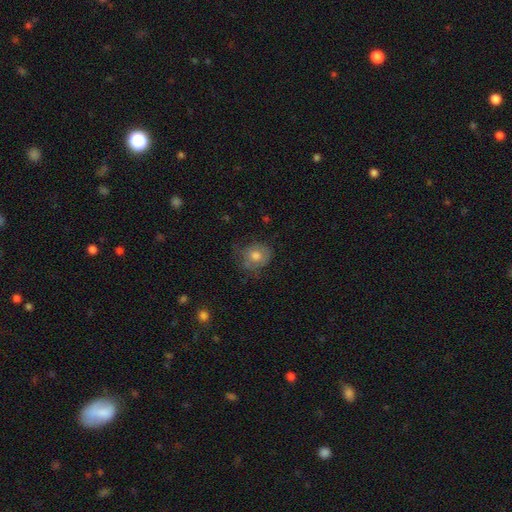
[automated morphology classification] smooth_or_featured: smooth (p=0.66) [alt: featured or disk p=0.23]
how_rounded: round (p=0.66) [alt: in between p=0.33]
merging: none (p=0.59) [alt: minor disturbance p=0.26]